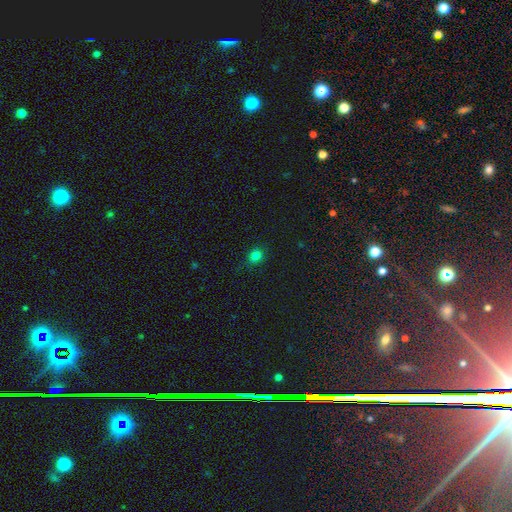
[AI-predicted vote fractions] Morphology: type=smooth (79%); roundness=round (66%); merging=none (82%).